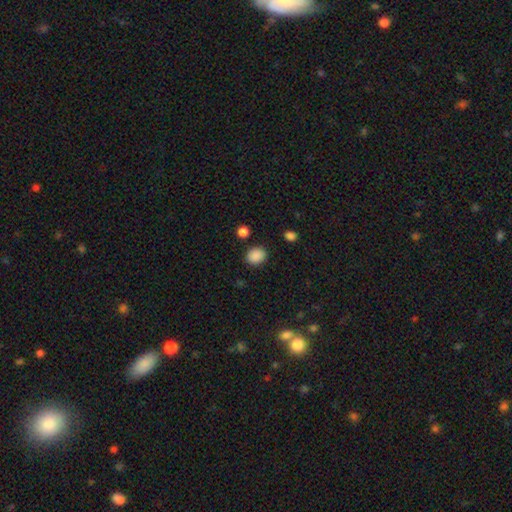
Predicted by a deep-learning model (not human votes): smooth-or-featured: smooth: 88% | star or artifact: 9% | featured or disk: 3%
  how-rounded: round: 56% | in between: 43% | cigar-shaped: 1%
  merging: none: 86% | minor disturbance: 9% | major disturbance: 3% | merger: 2%